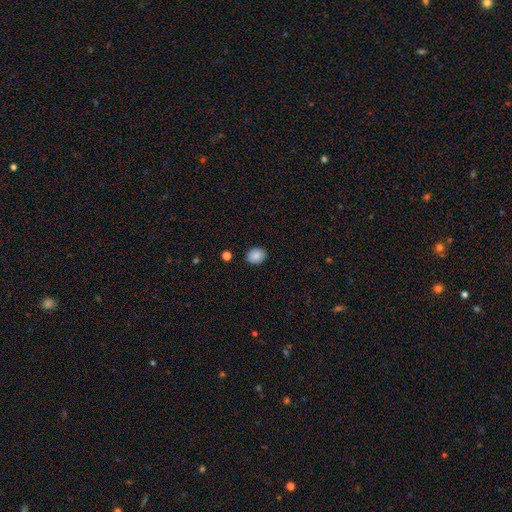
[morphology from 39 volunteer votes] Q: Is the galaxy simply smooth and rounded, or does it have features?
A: smooth — 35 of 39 (90%).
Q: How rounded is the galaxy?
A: in between — 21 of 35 (60%).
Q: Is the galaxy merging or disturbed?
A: none — 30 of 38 (79%).